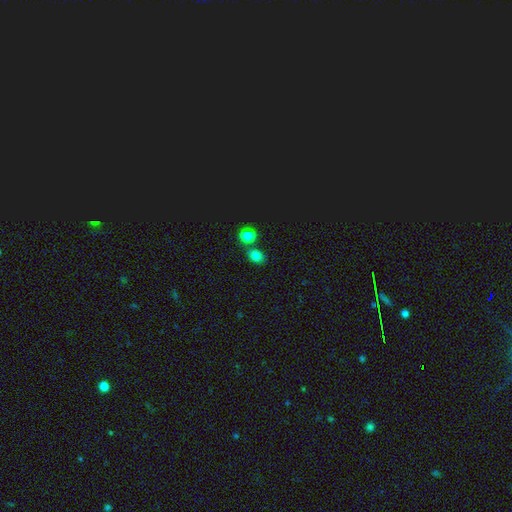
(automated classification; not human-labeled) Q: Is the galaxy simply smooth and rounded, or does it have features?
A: smooth — 73%.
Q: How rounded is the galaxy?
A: round — 50%.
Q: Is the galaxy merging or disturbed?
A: none — 74%.